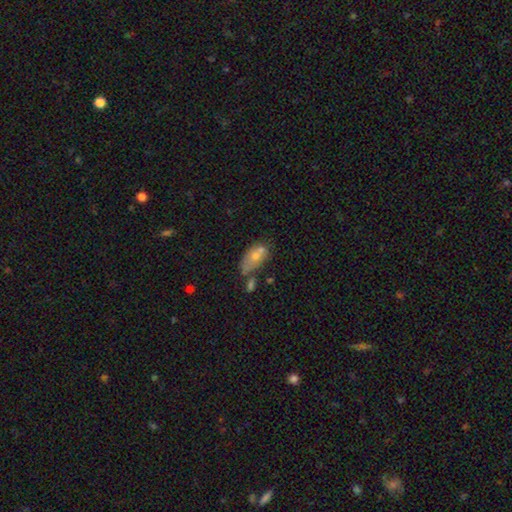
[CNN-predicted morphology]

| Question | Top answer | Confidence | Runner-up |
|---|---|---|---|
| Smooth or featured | smooth | 60% | featured or disk (28%) |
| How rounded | in between | 85% | round (9%) |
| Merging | none | 39% | merger (30%) |